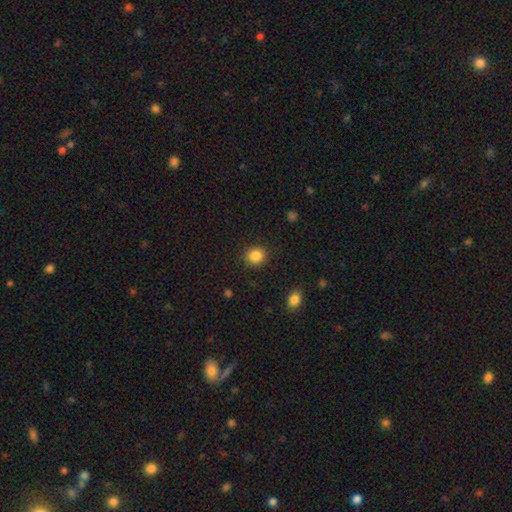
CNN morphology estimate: Smooth or featured: smooth — 86% (star or artifact — 10%)
How rounded: round — 83% (in between — 16%)
Merging: none — 88% (minor disturbance — 8%)